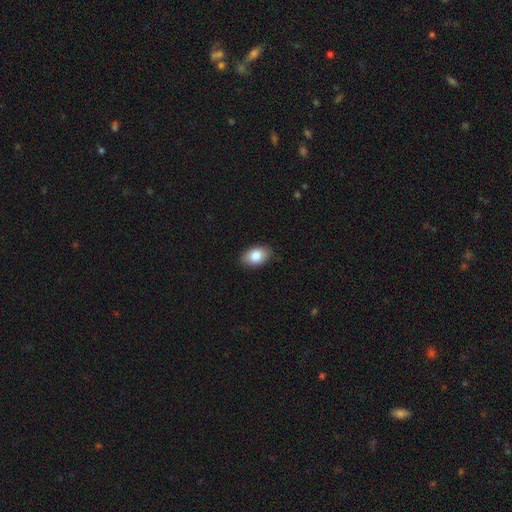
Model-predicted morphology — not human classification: This appears to be a smooth galaxy with no disk features (87%) that is in between round and cigar-shaped (89%). Merging: none (87%).